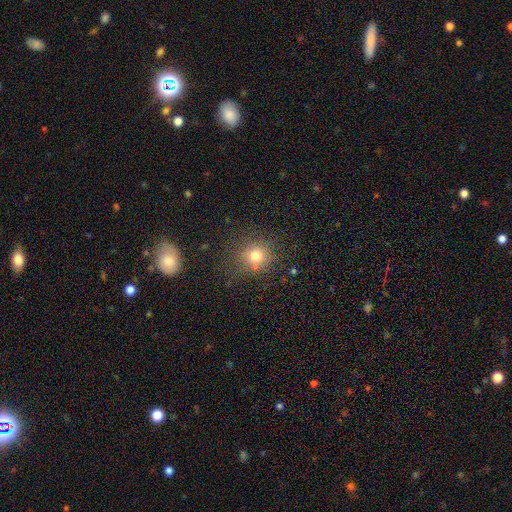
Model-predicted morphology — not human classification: Smooth or featured? Predicted: smooth (p=0.72). How rounded? Predicted: round (p=0.83). Merging? Predicted: none (p=0.78).